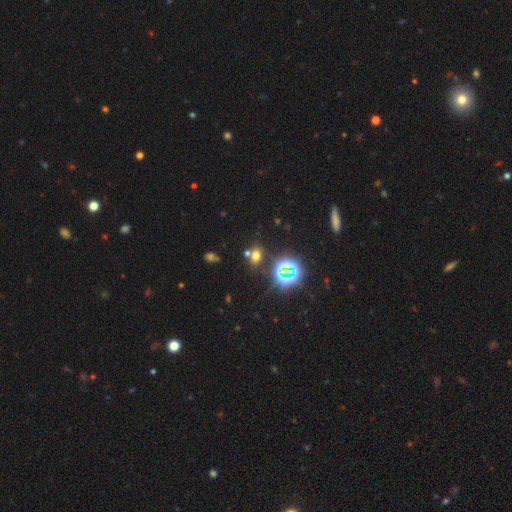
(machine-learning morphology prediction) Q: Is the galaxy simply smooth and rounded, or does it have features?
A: smooth — 52%.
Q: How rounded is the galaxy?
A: in between — 56%.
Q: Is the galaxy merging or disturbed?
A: none — 65%.